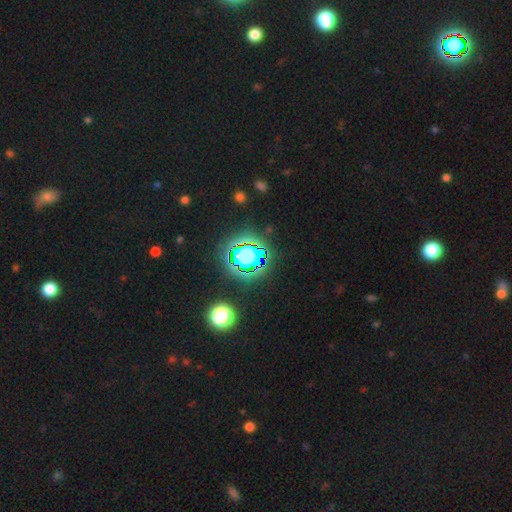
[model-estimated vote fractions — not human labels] This is clearly a star or artifact rather than a galaxy (82%).